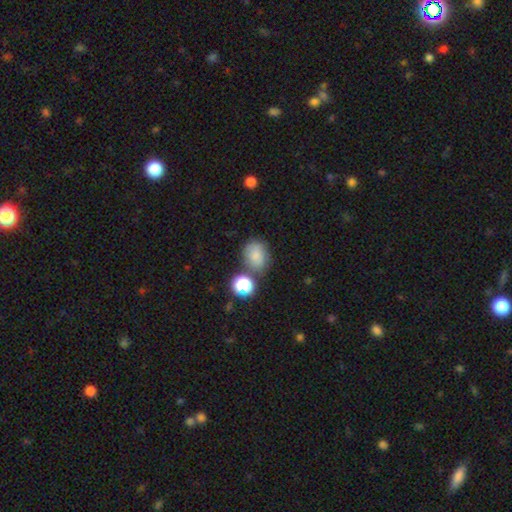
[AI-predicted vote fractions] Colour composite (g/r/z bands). It shows a smooth galaxy with no disk features (77%) that is round (51%). Merging: none (62%).